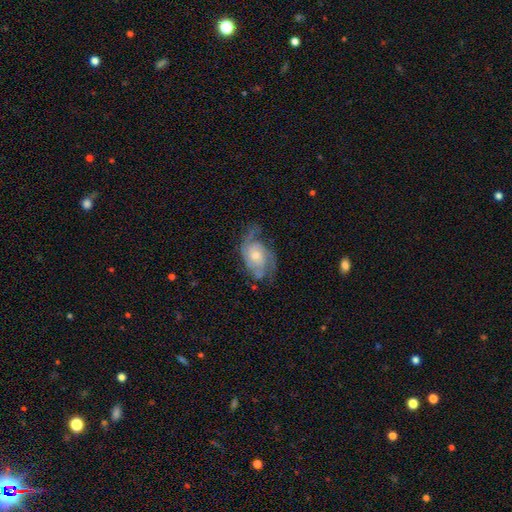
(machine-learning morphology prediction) smooth-or-featured: featured or disk: 75% | smooth: 19% | star or artifact: 6%
  disk-edge-on: no: 96% | yes: 4%
    bar: no: 72% | weak: 24% | strong: 4%
    has-spiral-arms: yes: 90% | no: 10%
      spiral-winding: medium: 42% | tight: 37% | loose: 20%
      spiral-arm-count: 2: 47% | can't tell: 25% | 3: 15% | 1: 6% | 4: 4% | more than 4: 3%
    bulge-size: moderate: 46% | small: 45% | large: 4% | none: 3% | dominant: 1%
  merging: none: 51% | minor disturbance: 27% | major disturbance: 19% | merger: 2%